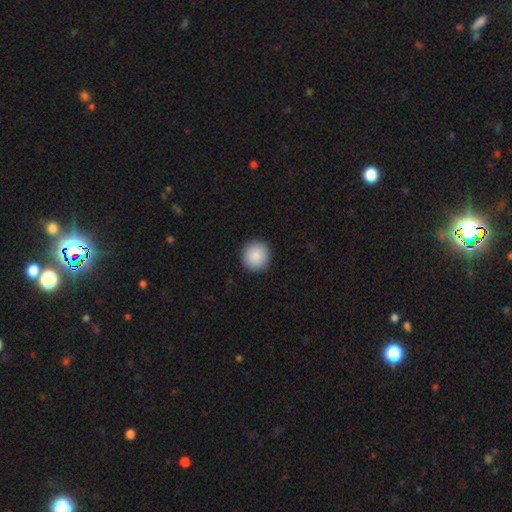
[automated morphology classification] Smooth or featured: smooth — 90% (star or artifact — 7%)
How rounded: round — 95% (in between — 4%)
Merging: none — 93% (minor disturbance — 5%)